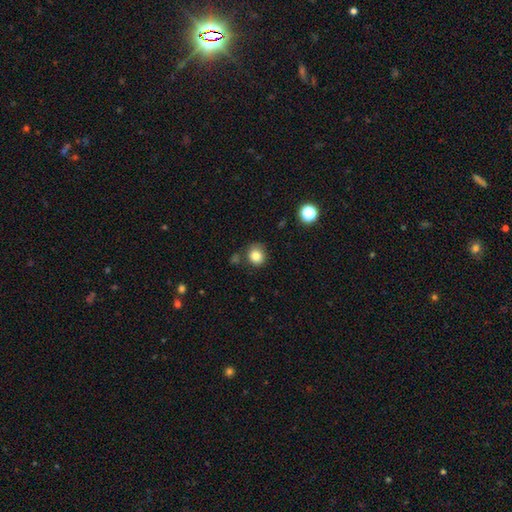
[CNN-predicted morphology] type=smooth (82%); roundness=round (81%); merging=none (74%).